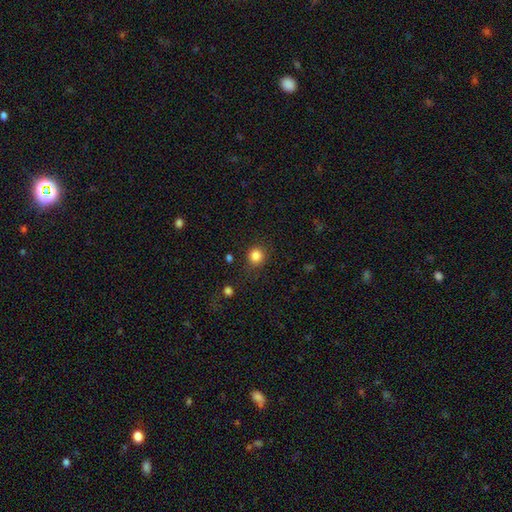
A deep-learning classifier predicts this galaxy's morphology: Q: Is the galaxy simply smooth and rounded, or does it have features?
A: smooth — 84%.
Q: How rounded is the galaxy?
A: round — 89%.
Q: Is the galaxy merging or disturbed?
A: none — 86%.